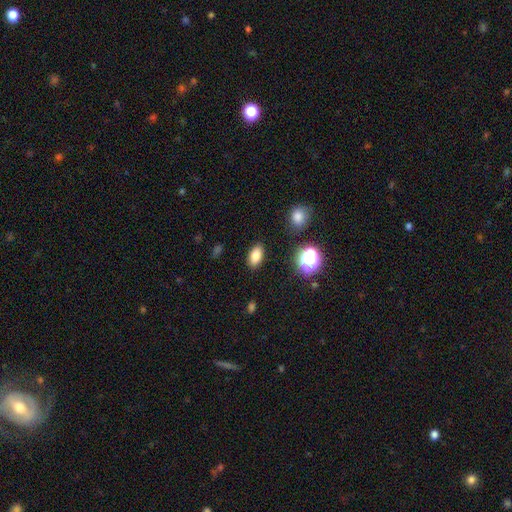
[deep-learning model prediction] Q: Smooth or featured?
A: smooth (80%); runner-up: star or artifact (13%)
Q: How rounded?
A: in between (87%); runner-up: round (10%)
Q: Merging?
A: none (88%); runner-up: minor disturbance (8%)